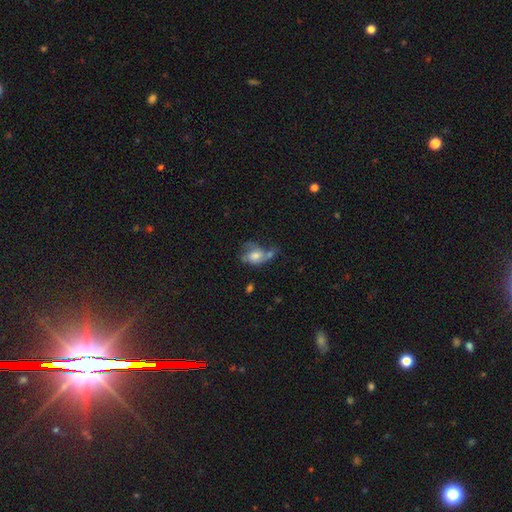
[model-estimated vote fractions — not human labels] smooth 51%, featured or disk 39%, star or artifact 10%. Down the decision tree: how rounded — in between (70%); merging — major disturbance (27%).